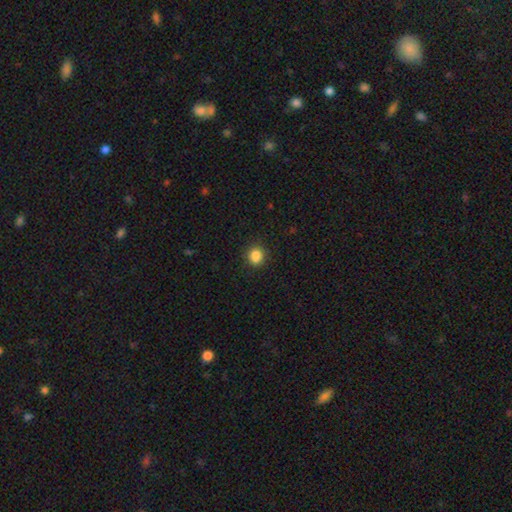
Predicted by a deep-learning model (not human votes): Smooth or featured: smooth — 86% (star or artifact — 11%)
How rounded: round — 75% (in between — 24%)
Merging: none — 87% (minor disturbance — 9%)